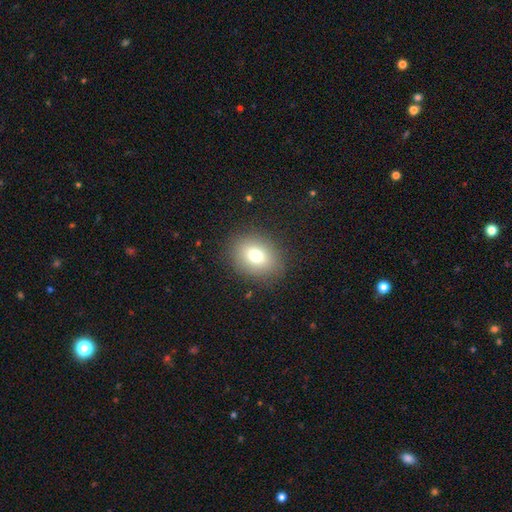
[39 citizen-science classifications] Smooth or featured: smooth — 77% (featured or disk — 13%)
How rounded: in between — 70% (round — 30%)
Merging: none — 94% (minor disturbance — 6%)